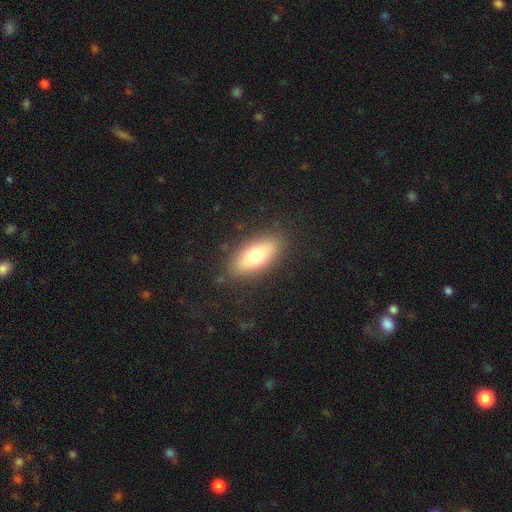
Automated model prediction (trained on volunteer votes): The model was most divided on "smooth or featured": smooth: 72%, featured or disk: 21%, star or artifact: 7%. More confident: merging — none (84%); how rounded — in between (82%).